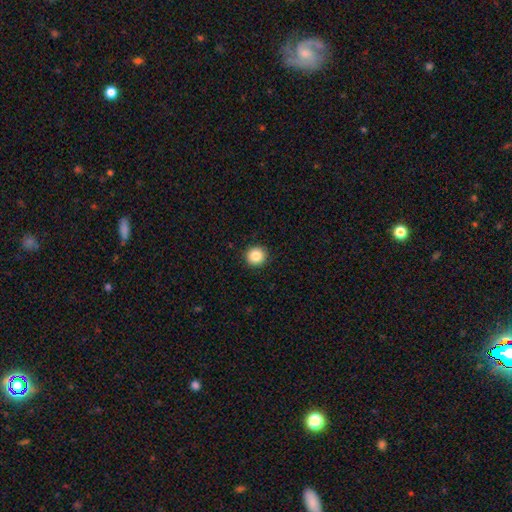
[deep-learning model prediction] Smooth or featured?
  - smooth: 86% *
  - star or artifact: 10%
  - featured or disk: 4%
How rounded?
  - round: 93% *
  - in between: 6%
  - cigar-shaped: 1%
Merging?
  - none: 92% *
  - minor disturbance: 5%
  - major disturbance: 2%
  - merger: 1%